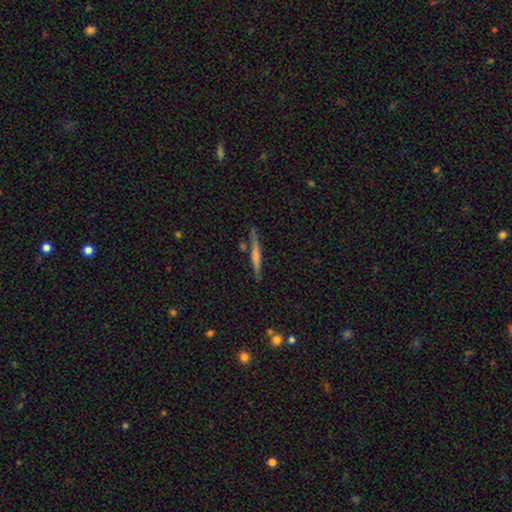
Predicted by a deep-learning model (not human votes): This appears to be a featured or disk galaxy (58%) viewed edge-on (93%) with a rounded central bulge (58%). Merging: none (84%).